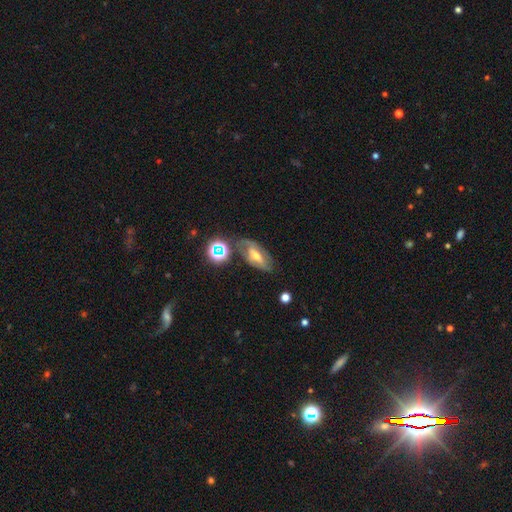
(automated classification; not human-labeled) A featured or disk galaxy (54%). Merging: none (57%).